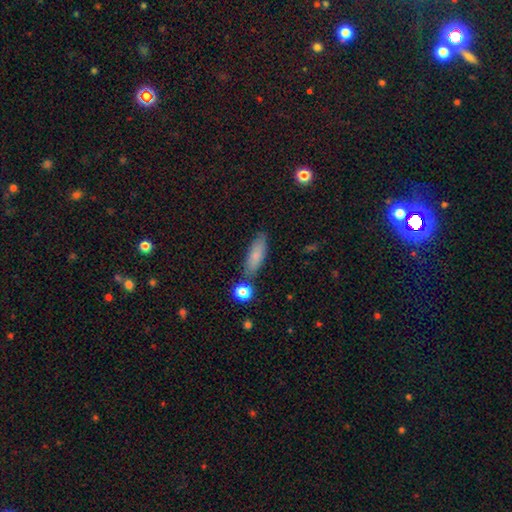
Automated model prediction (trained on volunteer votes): smooth-or-featured: smooth: 80% | featured or disk: 13% | star or artifact: 8%
  how-rounded: in between: 56% | cigar-shaped: 41% | round: 3%
  merging: none: 74% | minor disturbance: 15% | merger: 7% | major disturbance: 3%